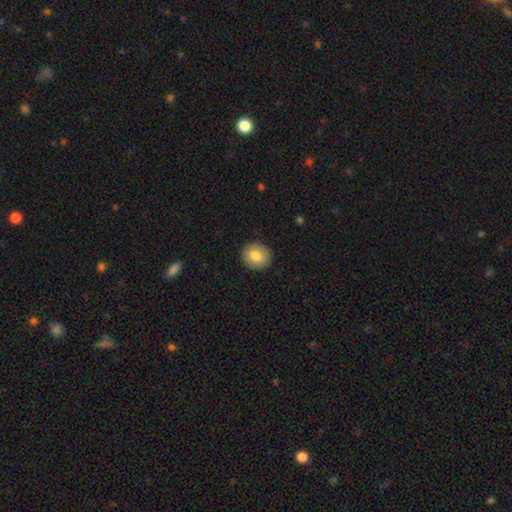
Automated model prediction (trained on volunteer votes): Smooth or featured?
  - smooth: 82% *
  - featured or disk: 10%
  - star or artifact: 8%
How rounded?
  - round: 77% *
  - in between: 22%
  - cigar-shaped: 1%
Merging?
  - none: 91% *
  - minor disturbance: 6%
  - major disturbance: 2%
  - merger: 1%